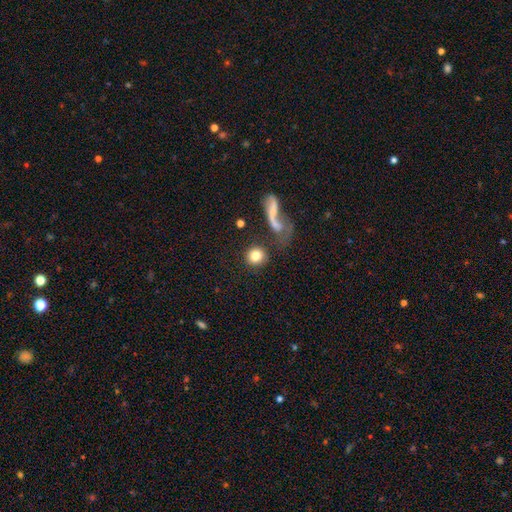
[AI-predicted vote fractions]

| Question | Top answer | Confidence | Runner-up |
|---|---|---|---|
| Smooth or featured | smooth | 81% | featured or disk (11%) |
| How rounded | round | 91% | in between (7%) |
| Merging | none | 73% | merger (12%) |